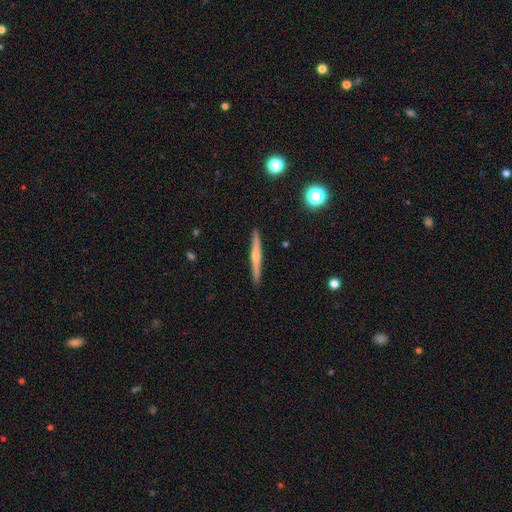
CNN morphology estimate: Overall: featured or disk (67%). Edge-on disk: yes (98%). Edge-on bulge: rounded (77%). Merging: none (91%).